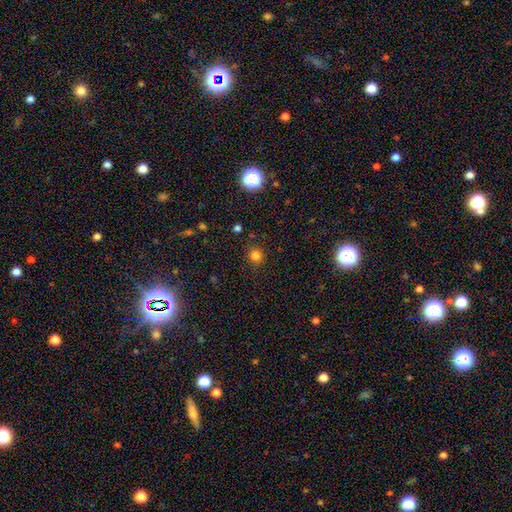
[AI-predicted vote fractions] Q: Smooth or featured?
A: smooth (79%); runner-up: star or artifact (17%)
Q: How rounded?
A: round (86%); runner-up: in between (13%)
Q: Merging?
A: none (86%); runner-up: minor disturbance (9%)